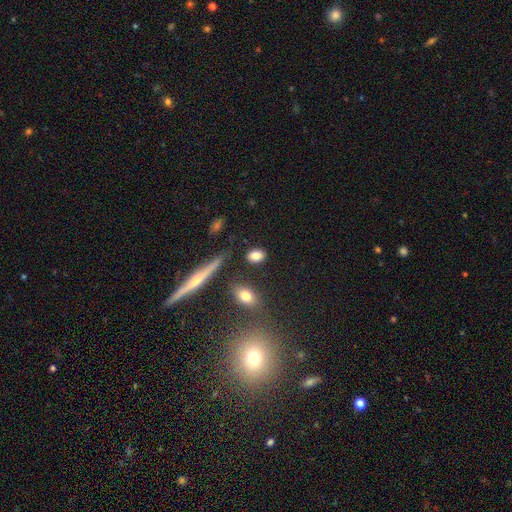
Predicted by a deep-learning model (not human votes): The model was most divided on "how rounded": in between: 71%, round: 24%, cigar-shaped: 5%. More confident: merging — none (83%); smooth or featured — smooth (81%).